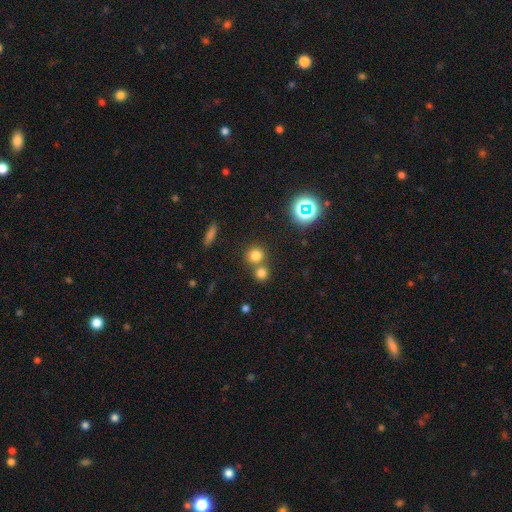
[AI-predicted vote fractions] smooth-or-featured: smooth: 73% | star or artifact: 19% | featured or disk: 7%
  how-rounded: round: 89% | in between: 10% | cigar-shaped: 1%
  merging: none: 61% | merger: 30% | minor disturbance: 7% | major disturbance: 3%